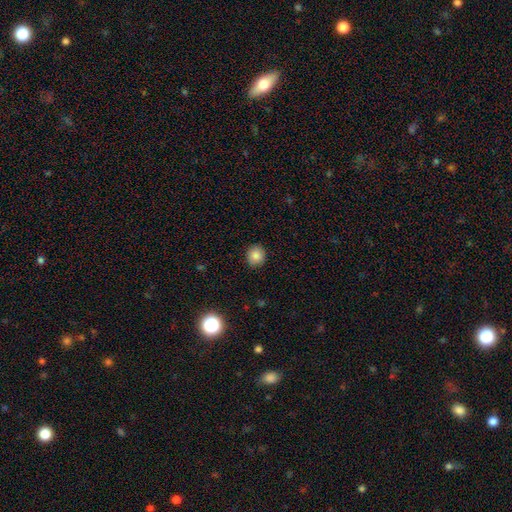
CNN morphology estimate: A smooth galaxy with no disk features (85%) that is round (83%).

Vote fractions:
- Smooth or featured? smooth: 85% / star or artifact: 10% / featured or disk: 5%
- How rounded? round: 83% / in between: 16% / cigar-shaped: 1%
- Merging? none: 90% / minor disturbance: 7% / major disturbance: 2% / merger: 1%